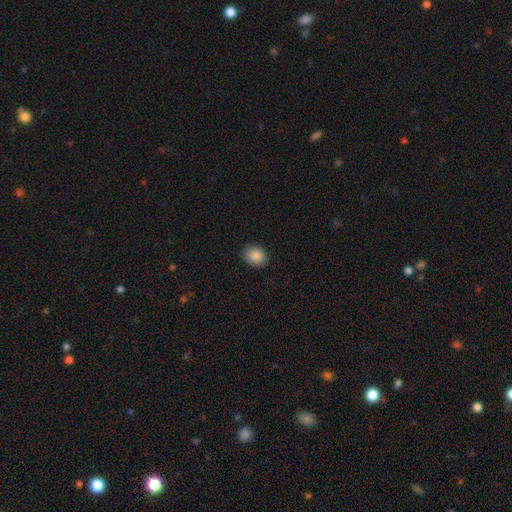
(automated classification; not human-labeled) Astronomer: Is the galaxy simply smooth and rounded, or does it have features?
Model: smooth — 87%.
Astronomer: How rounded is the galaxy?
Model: in between — 51% (runner-up: round, 49%).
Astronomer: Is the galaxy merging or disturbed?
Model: none — 88%.